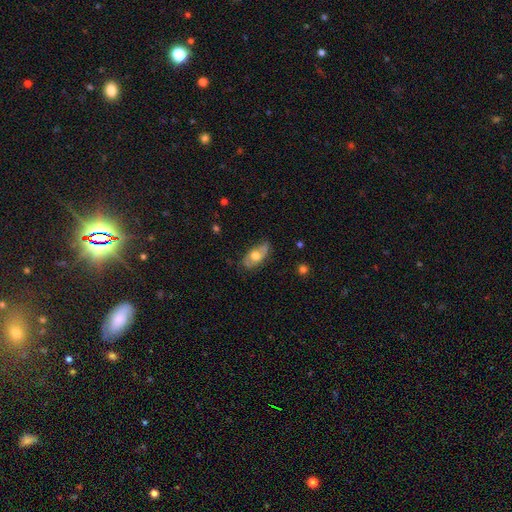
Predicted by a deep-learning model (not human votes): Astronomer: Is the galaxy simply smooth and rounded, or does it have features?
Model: smooth — 50% (runner-up: featured or disk, 44%).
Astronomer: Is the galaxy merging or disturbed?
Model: none — 67%.